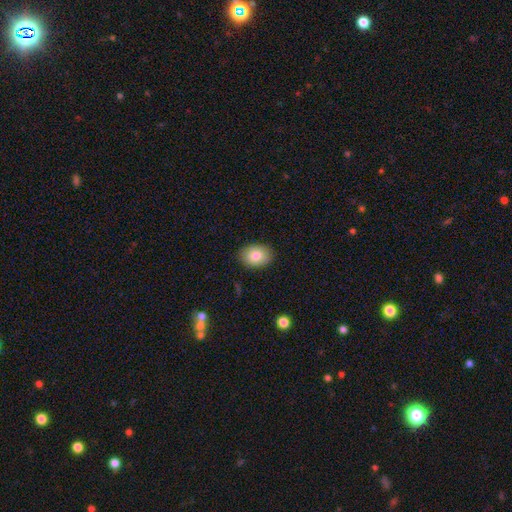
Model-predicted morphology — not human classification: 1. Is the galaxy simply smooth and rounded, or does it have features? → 83% smooth, 10% featured or disk, 8% star or artifact.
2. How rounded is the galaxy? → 70% in between, 29% round, 1% cigar-shaped.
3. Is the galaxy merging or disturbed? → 88% none, 9% minor disturbance, 2% major disturbance, 1% merger.